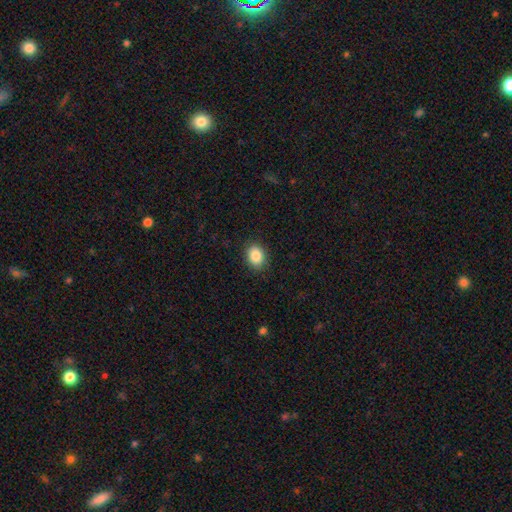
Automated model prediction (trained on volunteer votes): smooth_or_featured: smooth (p=0.87) [alt: star or artifact p=0.09]
how_rounded: in between (p=0.57) [alt: round p=0.43]
merging: none (p=0.89) [alt: minor disturbance p=0.08]